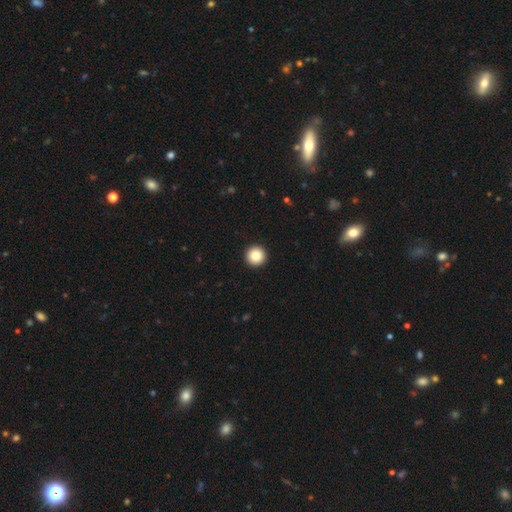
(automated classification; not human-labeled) Smooth or featured? smooth (86%)
How rounded? round (97%)
Merging? none (95%)